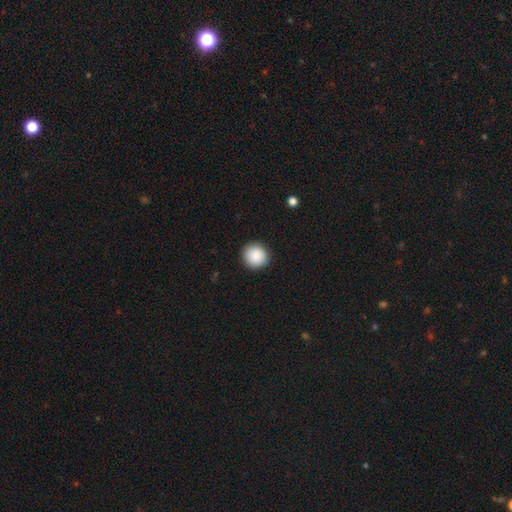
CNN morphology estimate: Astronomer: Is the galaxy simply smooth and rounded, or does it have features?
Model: smooth — 89%.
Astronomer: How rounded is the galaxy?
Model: round — 94%.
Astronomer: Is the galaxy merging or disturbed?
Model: none — 92%.